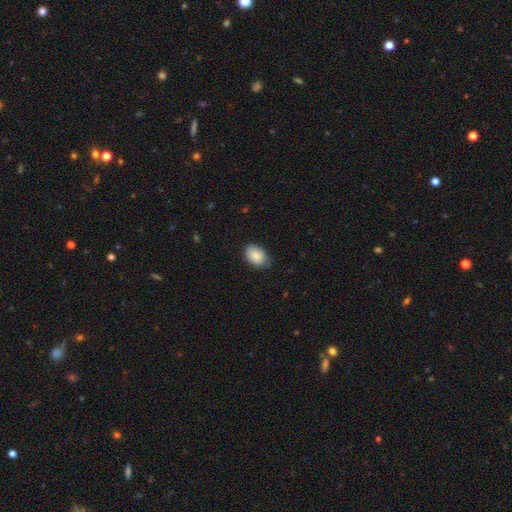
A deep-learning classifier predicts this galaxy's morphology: Smooth or featured? Predicted: smooth (p=0.87). How rounded? Predicted: in between (p=0.81). Merging? Predicted: none (p=0.75).